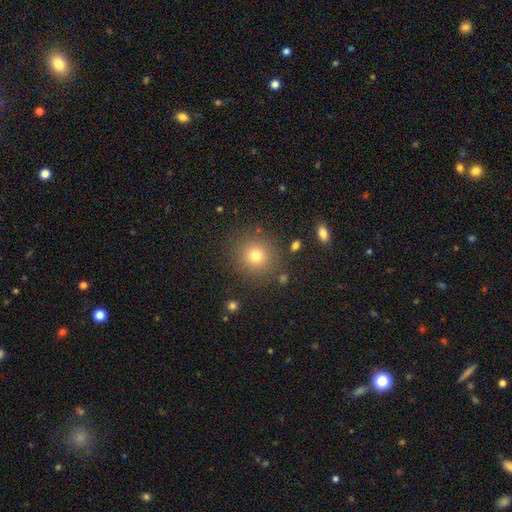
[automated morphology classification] smooth-or-featured: smooth: 76% | star or artifact: 15% | featured or disk: 9%
  how-rounded: round: 92% | in between: 7% | cigar-shaped: 1%
  merging: none: 86% | minor disturbance: 8% | major disturbance: 4% | merger: 3%